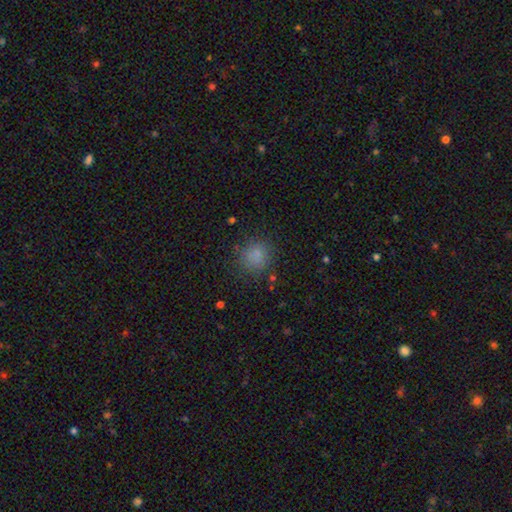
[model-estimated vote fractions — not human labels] smooth-or-featured: smooth: 79% | star or artifact: 15% | featured or disk: 6%
  how-rounded: round: 87% | in between: 12% | cigar-shaped: 1%
  merging: none: 81% | minor disturbance: 12% | major disturbance: 5% | merger: 2%